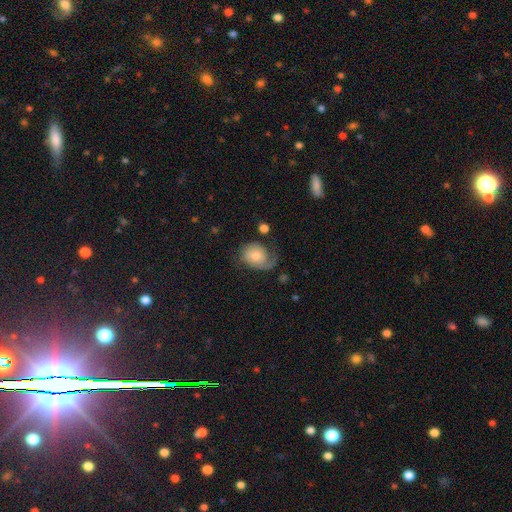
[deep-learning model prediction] This appears to be a featured or disk galaxy (52%). Merging: none (43%).